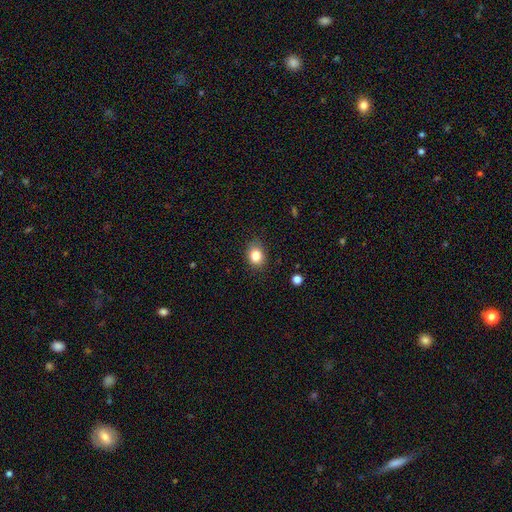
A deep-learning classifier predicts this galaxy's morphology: A smooth galaxy with no disk features (83%) that is round (51%). Merging: none (82%).